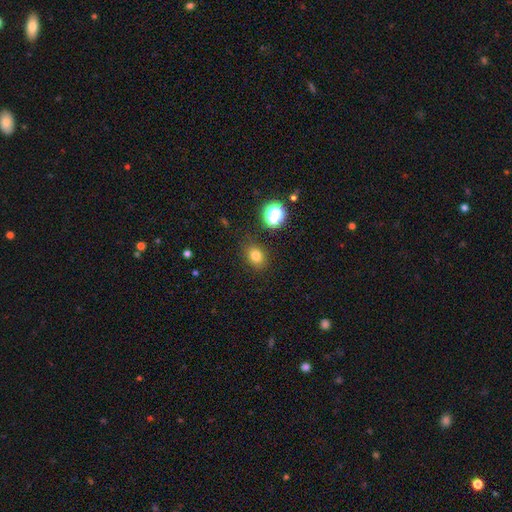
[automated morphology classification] Smooth or featured? smooth (77%)
How rounded? round (54%)
Merging? none (83%)